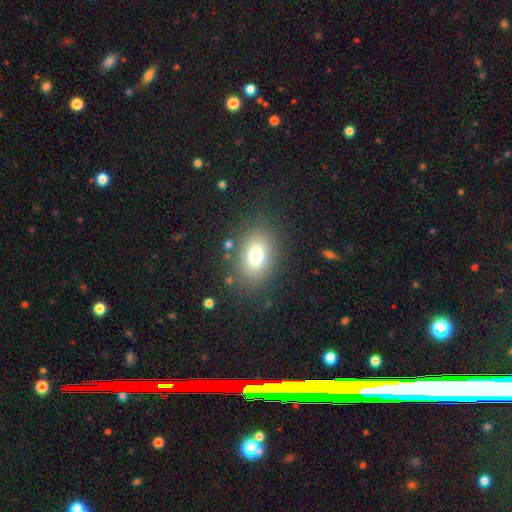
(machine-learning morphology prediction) This is likely a smooth galaxy (73%). How rounded: likely in between (71%). Merging: clearly none (82%).